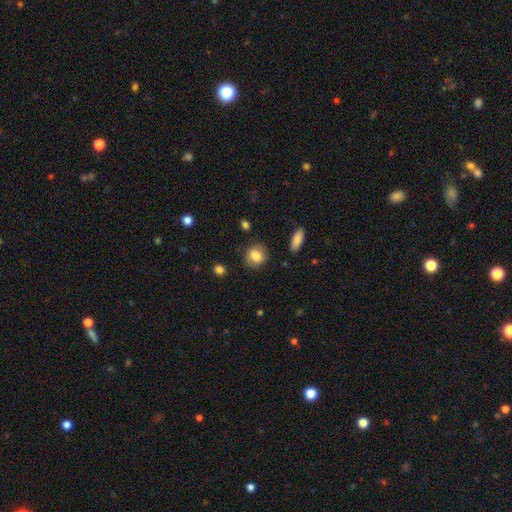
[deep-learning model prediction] Smooth or featured? smooth (76%)
How rounded? round (58%)
Merging? none (77%)